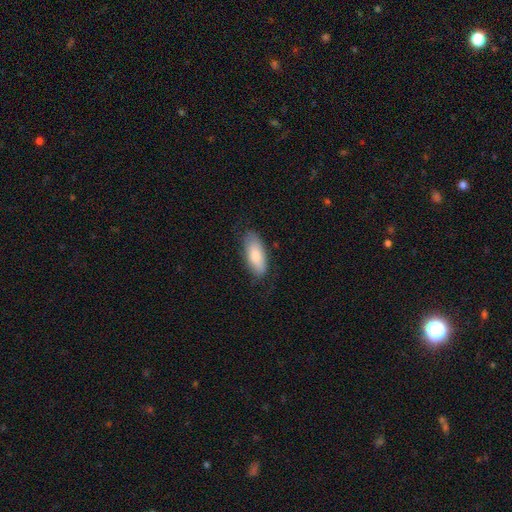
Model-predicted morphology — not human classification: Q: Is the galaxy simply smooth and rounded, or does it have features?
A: smooth — 80%.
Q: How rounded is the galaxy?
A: in between — 82%.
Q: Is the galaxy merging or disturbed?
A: none — 76%.